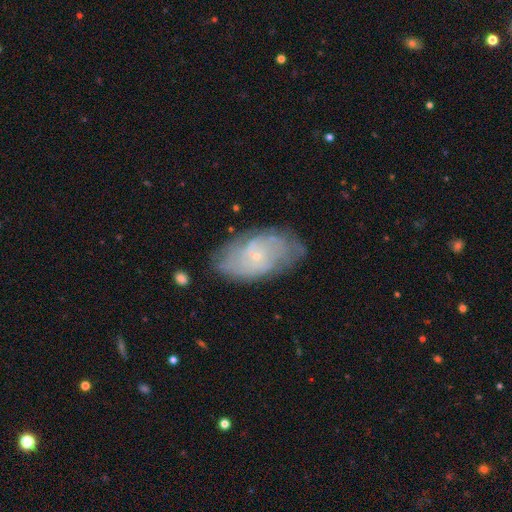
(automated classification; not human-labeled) Smooth or featured? Predicted: featured or disk (p=0.71). Edge-on disk? Predicted: no (p=0.95). Bar? Predicted: no (p=0.72). Spiral arms? Predicted: yes (p=0.84). Spiral winding? Predicted: tight (p=0.55). Spiral arm count? Predicted: can't tell (p=0.52). Bulge size? Predicted: small (p=0.87). Merging? Predicted: none (p=0.70).